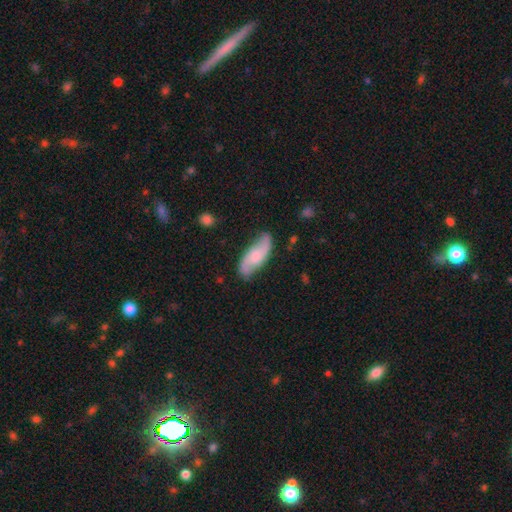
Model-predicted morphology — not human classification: type=featured or disk (62%); edge-on=no (91%); bar=no (58%); spiral arms=yes (94%); winding=loose (58%); arm count=2 (90%); bulge=moderate (31%); merging=none (78%).